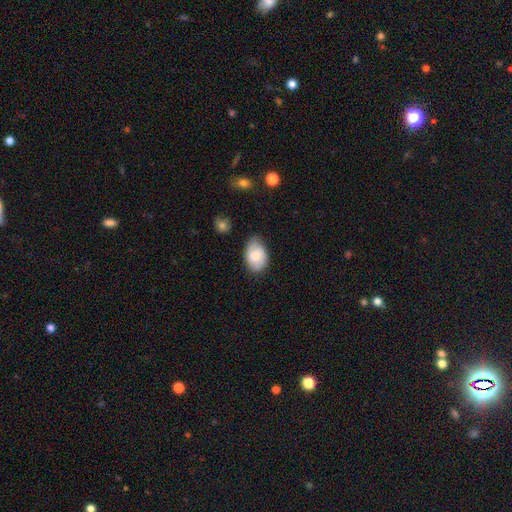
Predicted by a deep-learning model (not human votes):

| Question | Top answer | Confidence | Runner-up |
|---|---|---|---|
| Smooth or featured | smooth | 71% | featured or disk (22%) |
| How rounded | in between | 87% | round (12%) |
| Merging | none | 65% | minor disturbance (28%) |